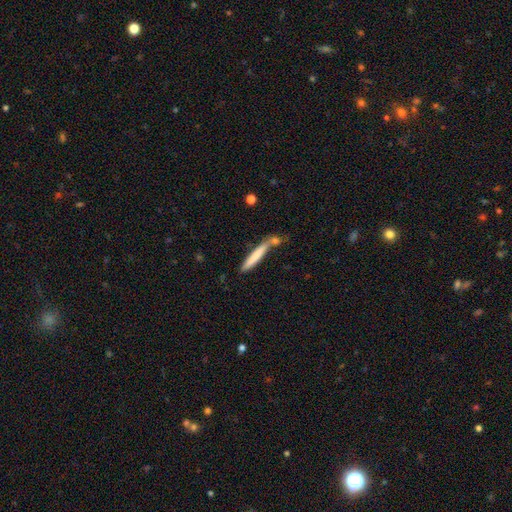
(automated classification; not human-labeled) This appears to be a smooth galaxy with no disk features (71%) that is cigar-shaped (92%). Merging: none (57%).